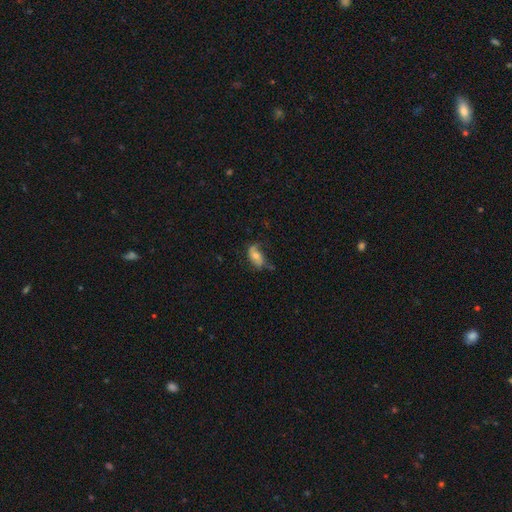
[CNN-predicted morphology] smooth-or-featured: smooth: 58% | featured or disk: 34% | star or artifact: 8%
  how-rounded: in between: 89% | cigar-shaped: 6% | round: 5%
  merging: none: 55% | minor disturbance: 30% | major disturbance: 12% | merger: 3%